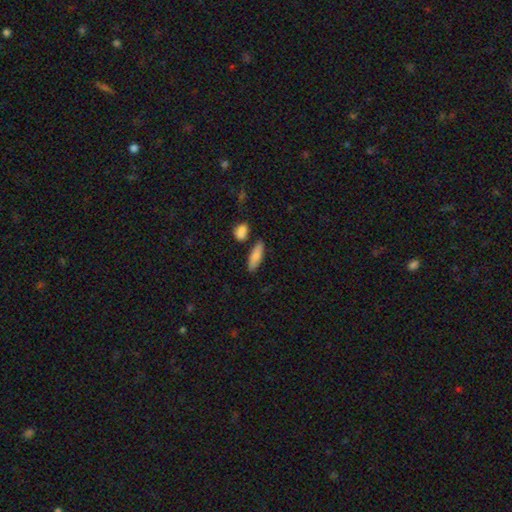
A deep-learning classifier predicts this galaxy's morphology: smooth_or_featured: smooth (p=0.82) [alt: featured or disk p=0.12]
how_rounded: in between (p=0.52) [alt: cigar-shaped p=0.45]
merging: none (p=0.77) [alt: minor disturbance p=0.12]